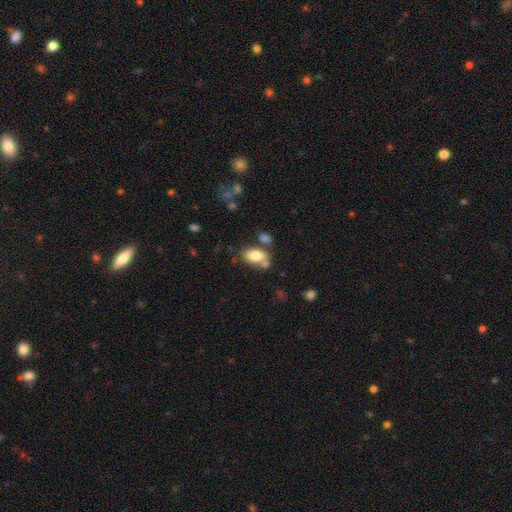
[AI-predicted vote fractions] smooth 78%, featured or disk 14%, star or artifact 8%. Down the decision tree: how rounded — in between (85%); merging — none (55%).